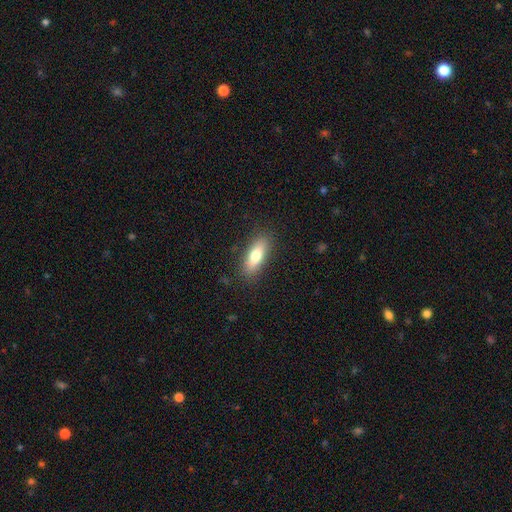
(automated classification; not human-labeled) This appears to be a smooth galaxy with no disk features (75%) that is in between round and cigar-shaped (63%). Merging: none (86%).